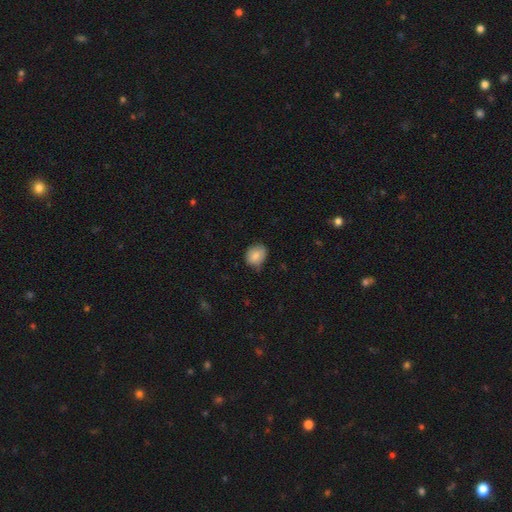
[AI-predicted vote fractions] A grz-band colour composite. It shows a smooth galaxy with no disk features (80%) that is round (56%). Merging: none (61%).